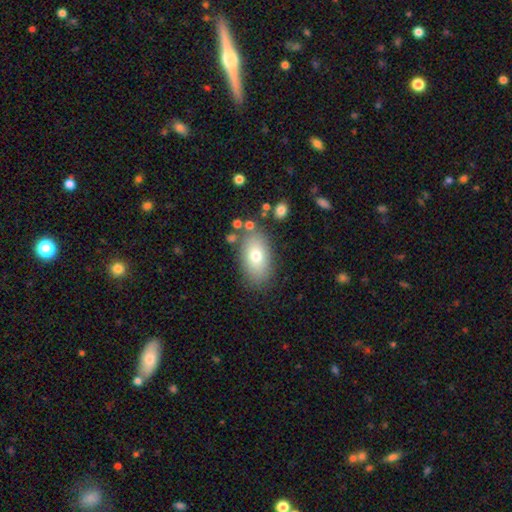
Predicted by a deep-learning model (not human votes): Morphology: type=smooth (74%); roundness=in between (90%); merging=none (78%).